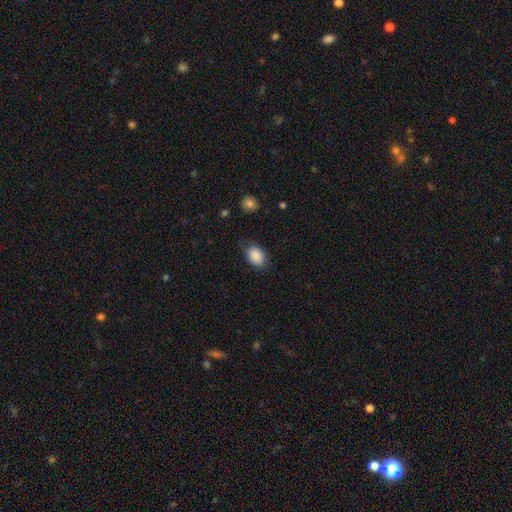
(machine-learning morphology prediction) Smooth or featured?
  - smooth: 88% *
  - star or artifact: 8%
  - featured or disk: 4%
How rounded?
  - in between: 82% *
  - round: 17%
  - cigar-shaped: 1%
Merging?
  - none: 76% *
  - minor disturbance: 18%
  - major disturbance: 5%
  - merger: 1%